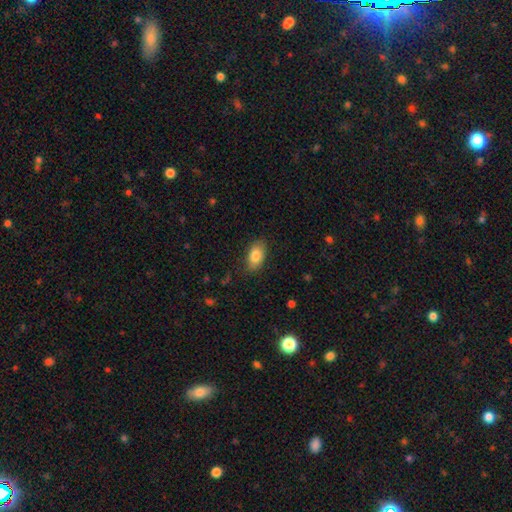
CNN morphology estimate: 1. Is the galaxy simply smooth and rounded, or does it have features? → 83% smooth, 10% featured or disk, 7% star or artifact.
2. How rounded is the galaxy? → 92% in between, 5% round, 3% cigar-shaped.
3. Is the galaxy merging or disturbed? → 84% none, 12% minor disturbance, 3% major disturbance, 1% merger.